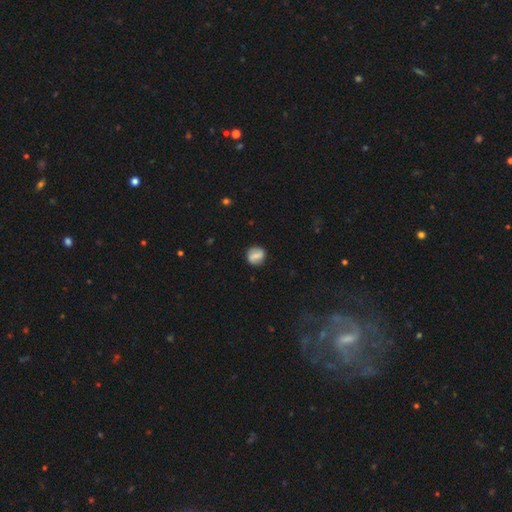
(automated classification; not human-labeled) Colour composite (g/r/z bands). It shows a smooth galaxy with no disk features (54%) that is round (80%). Merging: none (84%).